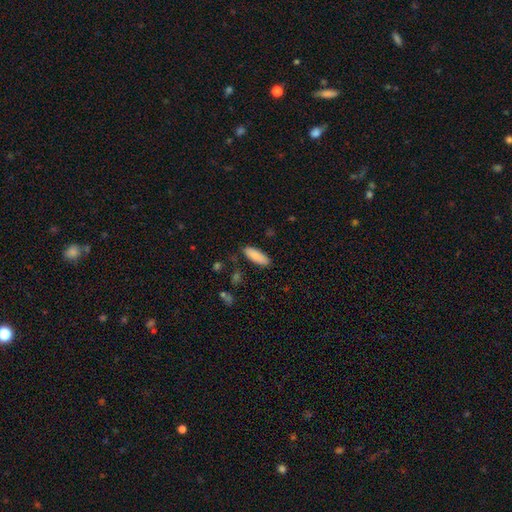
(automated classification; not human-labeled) Smooth or featured?
  - smooth: 84% *
  - featured or disk: 10%
  - star or artifact: 6%
How rounded?
  - in between: 73% *
  - cigar-shaped: 26%
  - round: 2%
Merging?
  - none: 83% *
  - minor disturbance: 12%
  - major disturbance: 2%
  - merger: 2%